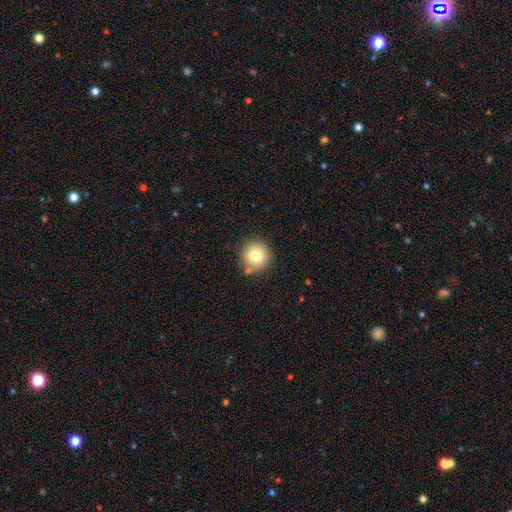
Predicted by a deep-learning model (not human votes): smooth-or-featured: smooth: 80% | star or artifact: 11% | featured or disk: 9%
  how-rounded: round: 93% | in between: 6% | cigar-shaped: 1%
  merging: none: 83% | minor disturbance: 10% | merger: 5% | major disturbance: 3%